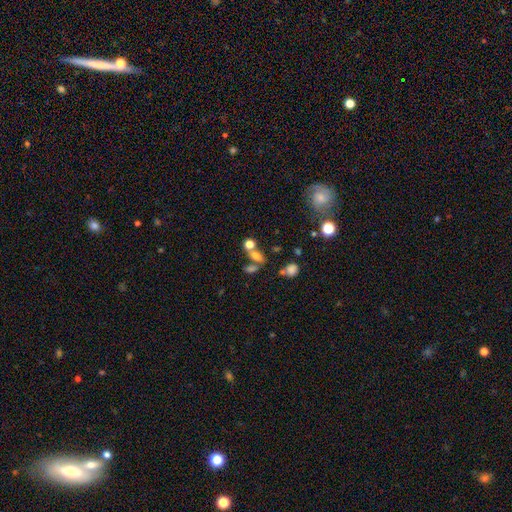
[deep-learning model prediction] Smooth or featured? smooth (68%)
How rounded? in between (65%)
Merging? none (45%)